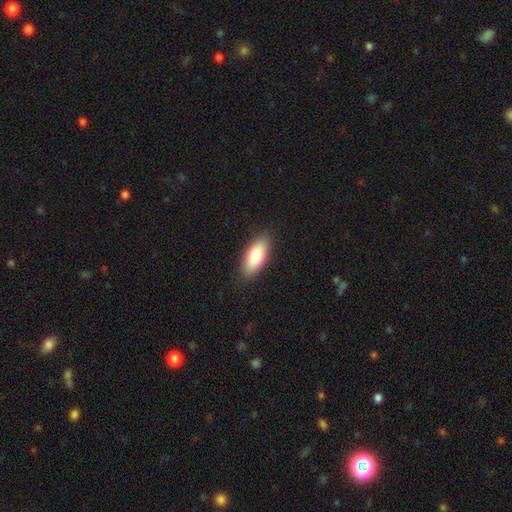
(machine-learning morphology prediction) This is likely a smooth galaxy (80%). How rounded: clearly in between (85%). Merging: clearly none (88%).